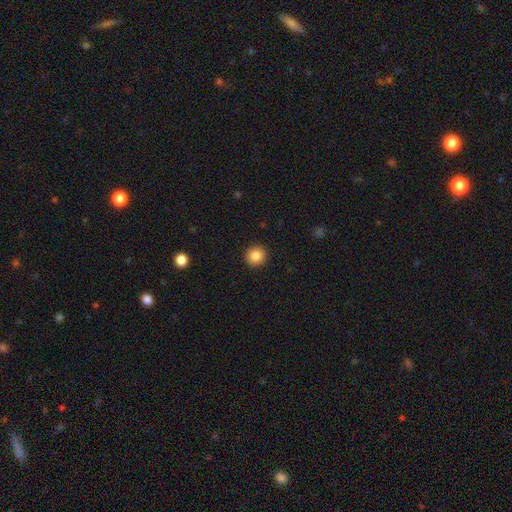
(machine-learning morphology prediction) smooth-or-featured: smooth: 85% | star or artifact: 10% | featured or disk: 5%
  how-rounded: round: 94% | in between: 5% | cigar-shaped: 1%
  merging: none: 92% | minor disturbance: 5% | major disturbance: 2% | merger: 1%